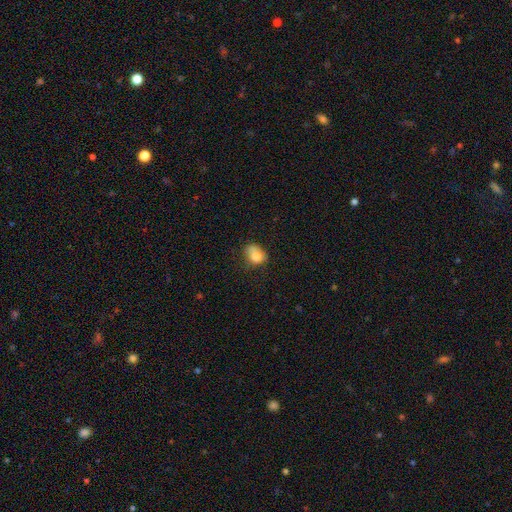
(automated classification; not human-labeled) smooth 80%, star or artifact 10%, featured or disk 10%. Down the decision tree: how rounded — in between (67%); merging — none (44%).